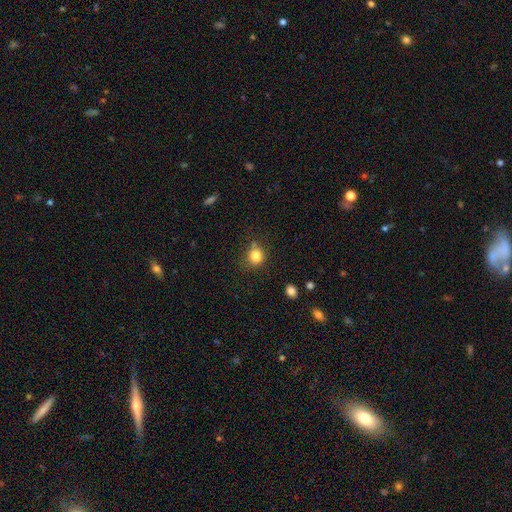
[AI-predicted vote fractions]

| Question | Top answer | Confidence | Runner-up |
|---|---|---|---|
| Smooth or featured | smooth | 82% | star or artifact (12%) |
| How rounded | round | 83% | in between (16%) |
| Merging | none | 73% | minor disturbance (15%) |